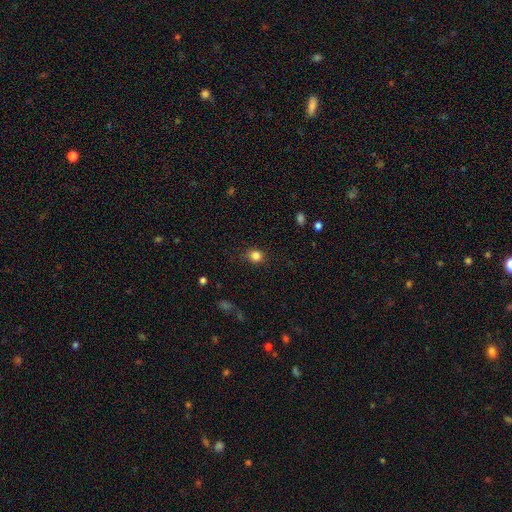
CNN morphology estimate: Q: Smooth or featured?
A: smooth (83%); runner-up: star or artifact (11%)
Q: How rounded?
A: round (73%); runner-up: in between (26%)
Q: Merging?
A: none (81%); runner-up: minor disturbance (13%)